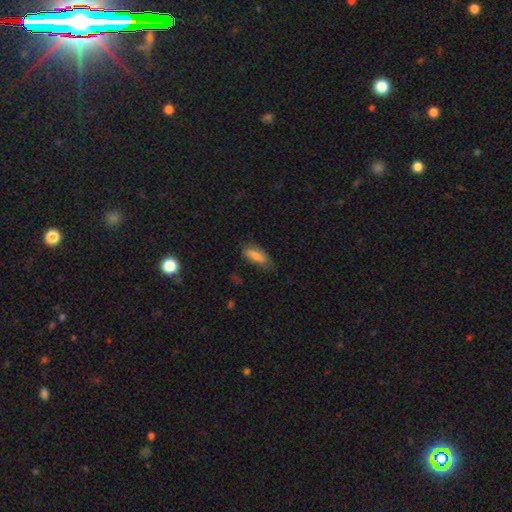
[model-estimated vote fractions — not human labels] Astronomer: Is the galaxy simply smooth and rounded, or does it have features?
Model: smooth — 76%.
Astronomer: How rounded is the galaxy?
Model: in between — 67%.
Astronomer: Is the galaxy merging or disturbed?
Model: none — 72%.